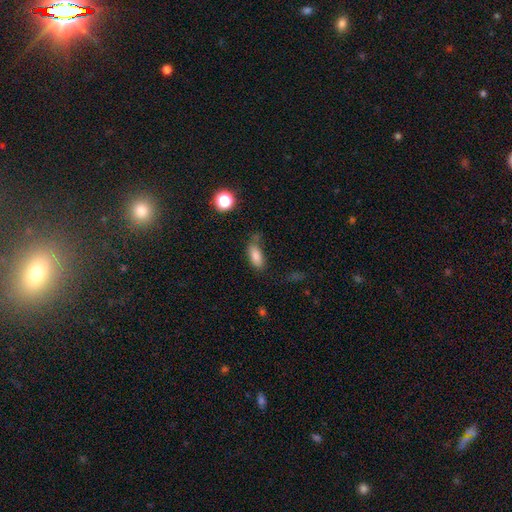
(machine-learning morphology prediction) A smooth galaxy with no disk features (82%) that is in between round and cigar-shaped (84%).

Vote fractions:
- Smooth or featured? smooth: 82% / star or artifact: 10% / featured or disk: 8%
- How rounded? in between: 84% / cigar-shaped: 12% / round: 4%
- Merging? none: 57% / minor disturbance: 26% / major disturbance: 9% / merger: 8%